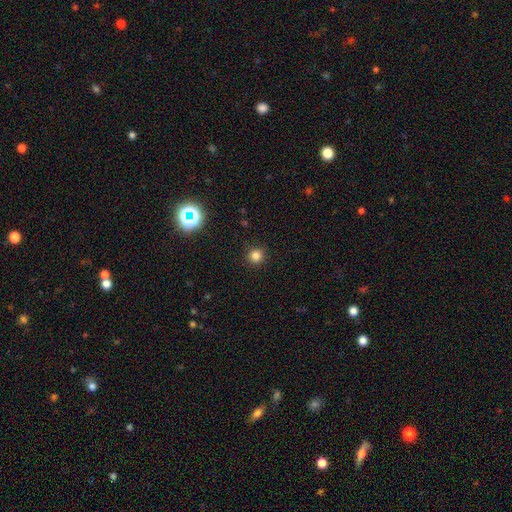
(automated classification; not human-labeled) Smooth or featured? smooth (81%)
How rounded? round (95%)
Merging? none (92%)